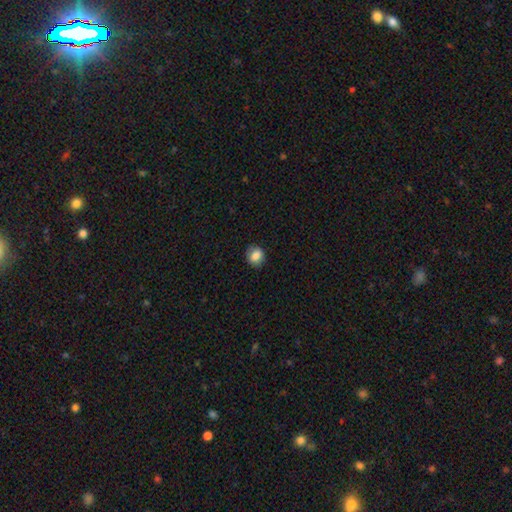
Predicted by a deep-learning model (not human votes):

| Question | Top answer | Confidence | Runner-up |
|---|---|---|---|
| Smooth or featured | smooth | 84% | star or artifact (9%) |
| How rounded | round | 69% | in between (30%) |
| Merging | none | 85% | minor disturbance (11%) |